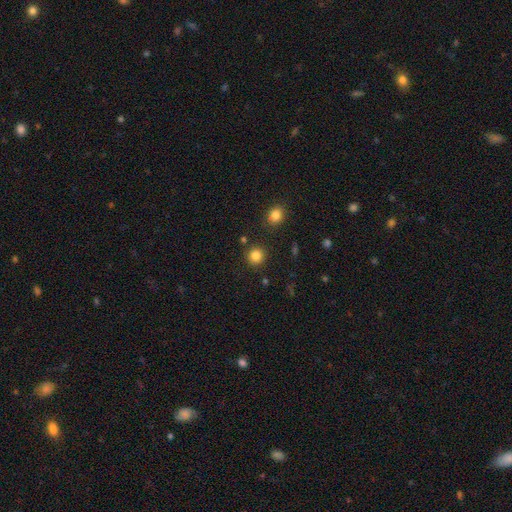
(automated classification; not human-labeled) smooth_or_featured: smooth (p=0.84) [alt: star or artifact p=0.12]
how_rounded: round (p=0.92) [alt: in between p=0.07]
merging: none (p=0.88) [alt: minor disturbance p=0.06]